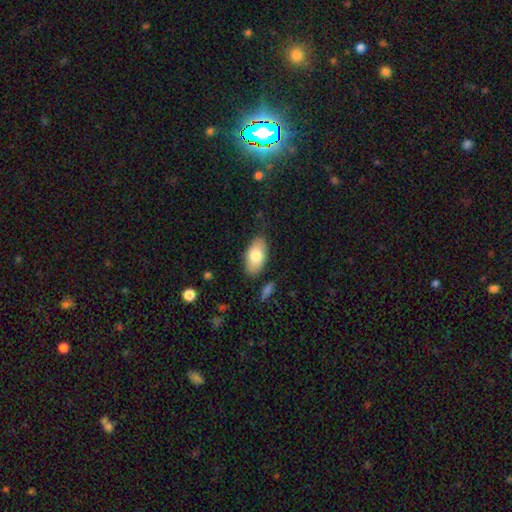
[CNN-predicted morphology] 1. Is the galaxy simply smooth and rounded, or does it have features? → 78% smooth, 16% featured or disk, 6% star or artifact.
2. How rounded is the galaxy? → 94% in between, 3% round, 3% cigar-shaped.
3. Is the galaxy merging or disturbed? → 82% none, 13% minor disturbance, 3% major disturbance, 2% merger.